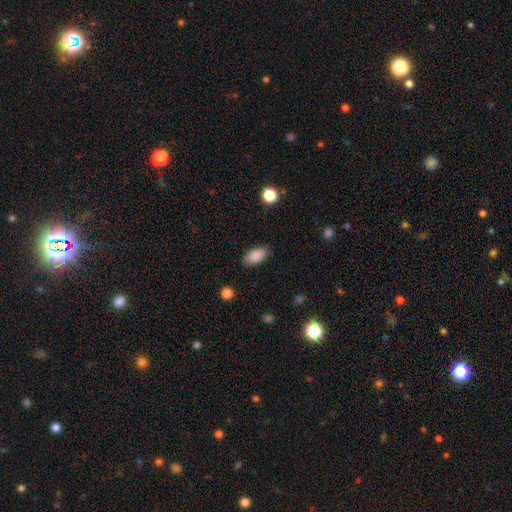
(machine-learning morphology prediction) The model was most divided on "merging": none: 86%, minor disturbance: 11%, major disturbance: 3%, merger: 1%. More confident: how rounded — in between (93%); smooth or featured — smooth (89%).